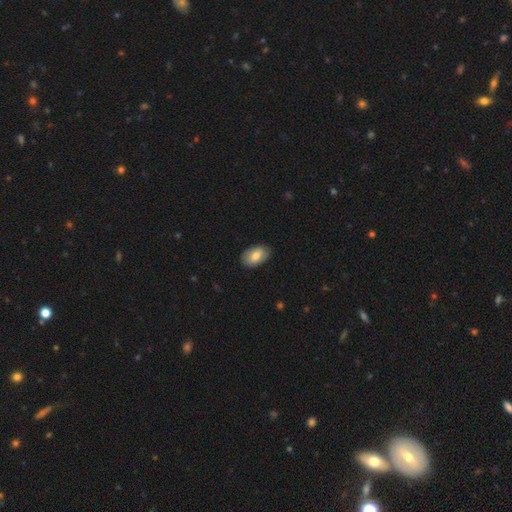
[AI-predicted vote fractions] Smooth or featured? Predicted: smooth (p=0.76). How rounded? Predicted: in between (p=0.93). Merging? Predicted: none (p=0.86).